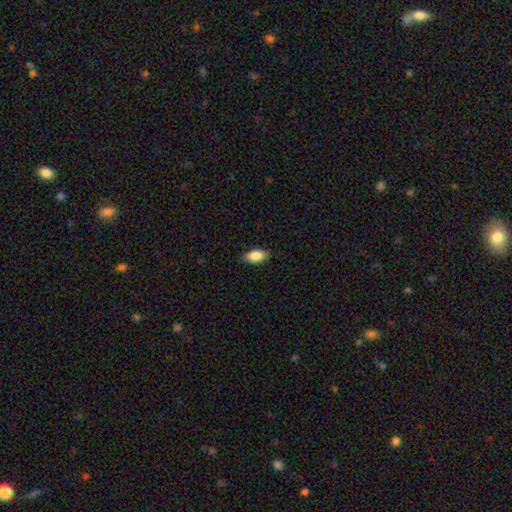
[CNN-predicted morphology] A smooth galaxy with no disk features (87%) that is in between round and cigar-shaped (92%).

Vote fractions:
- Smooth or featured? smooth: 87% / star or artifact: 7% / featured or disk: 6%
- How rounded? in between: 92% / cigar-shaped: 5% / round: 4%
- Merging? none: 87% / minor disturbance: 10% / major disturbance: 2% / merger: 1%